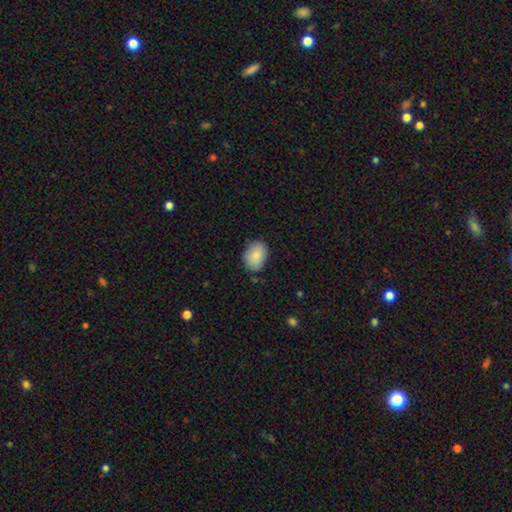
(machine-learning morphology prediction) Smooth or featured? Predicted: smooth (p=0.87). How rounded? Predicted: in between (p=0.74). Merging? Predicted: none (p=0.79).